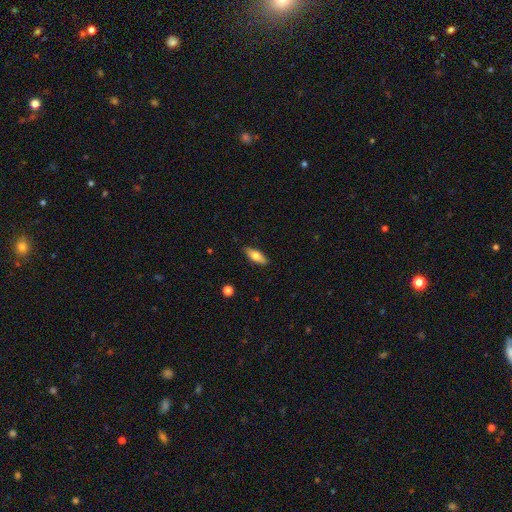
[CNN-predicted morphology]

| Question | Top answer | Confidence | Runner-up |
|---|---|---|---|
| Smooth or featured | smooth | 63% | featured or disk (30%) |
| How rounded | in between | 67% | cigar-shaped (30%) |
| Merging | none | 87% | minor disturbance (10%) |